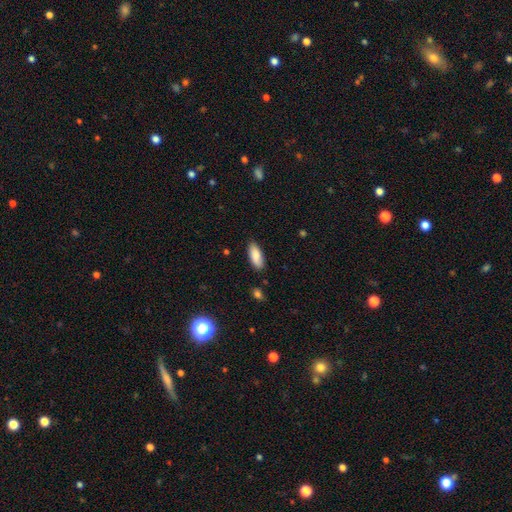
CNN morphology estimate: smooth_or_featured: smooth (p=0.85) [alt: featured or disk p=0.08]
how_rounded: in between (p=0.79) [alt: cigar-shaped p=0.20]
merging: none (p=0.85) [alt: minor disturbance p=0.11]